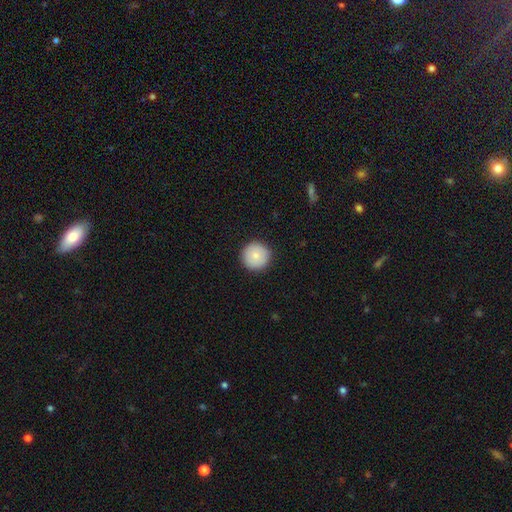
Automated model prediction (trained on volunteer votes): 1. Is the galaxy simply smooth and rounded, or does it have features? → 82% smooth, 11% featured or disk, 8% star or artifact.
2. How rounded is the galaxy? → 96% round, 3% in between, 1% cigar-shaped.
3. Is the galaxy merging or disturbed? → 92% none, 6% minor disturbance, 2% major disturbance, 1% merger.